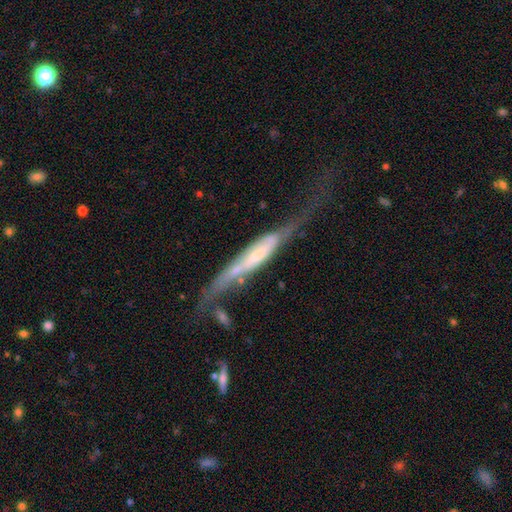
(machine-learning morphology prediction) Overall: featured or disk (65%; smooth 28%). Edge-on disk: yes (70%). Merging: major disturbance (39%; none 25%).